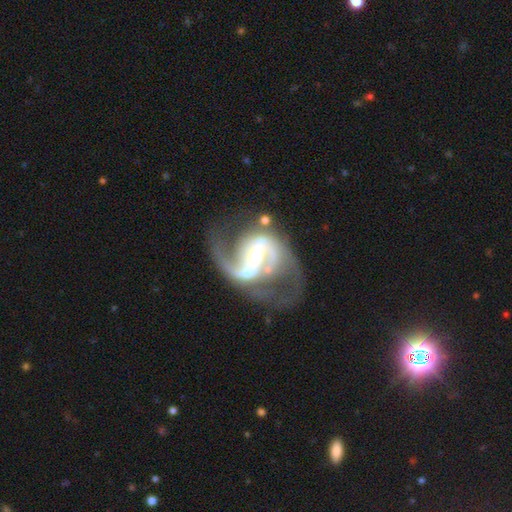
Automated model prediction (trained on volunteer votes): Morphology: type=featured or disk (90%); edge-on=no (98%); bar=strong (46%); spiral arms=yes (96%); winding=medium (50%); arm count=2 (81%); bulge=moderate (47%); merging=none (48%).